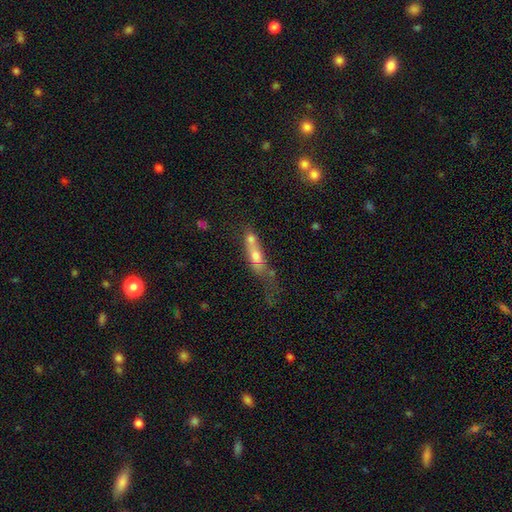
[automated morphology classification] type=smooth (54%); roundness=in between (48%); merging=merger (49%).